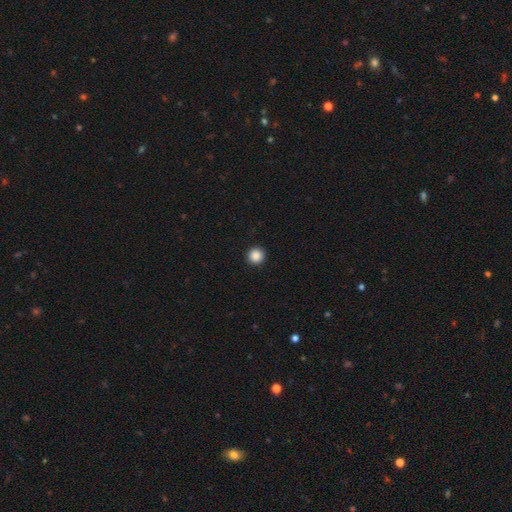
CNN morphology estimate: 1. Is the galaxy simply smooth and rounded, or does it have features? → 88% smooth, 10% star or artifact, 3% featured or disk.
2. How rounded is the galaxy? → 96% round, 3% in between, 1% cigar-shaped.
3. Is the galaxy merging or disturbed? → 94% none, 4% minor disturbance, 1% major disturbance, 1% merger.